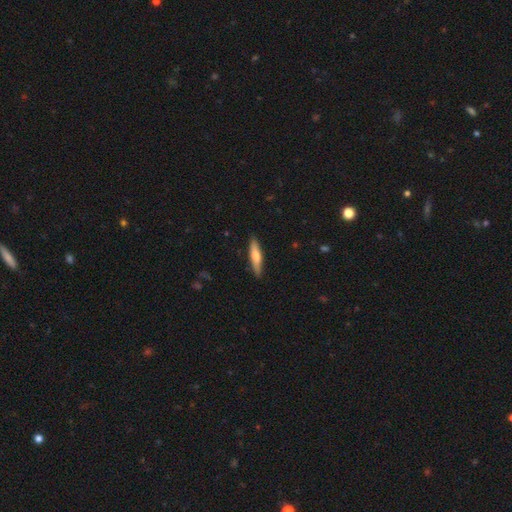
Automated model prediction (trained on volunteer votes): Q: Smooth or featured?
A: smooth (61%); runner-up: featured or disk (34%)
Q: How rounded?
A: cigar-shaped (82%); runner-up: in between (16%)
Q: Merging?
A: none (89%); runner-up: minor disturbance (9%)